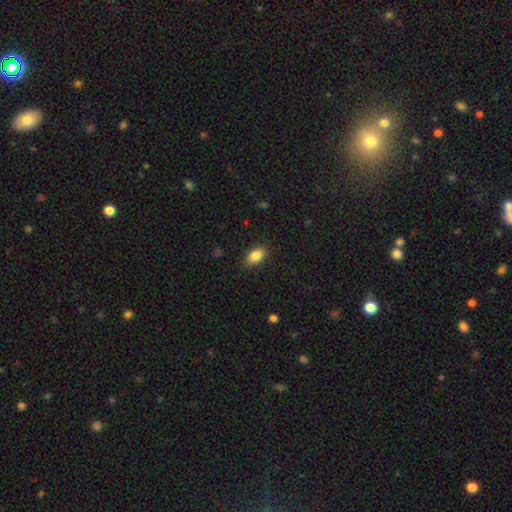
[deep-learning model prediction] The model was most divided on "merging": none: 87%, minor disturbance: 10%, major disturbance: 2%, merger: 1%. More confident: how rounded — in between (91%); smooth or featured — smooth (86%).